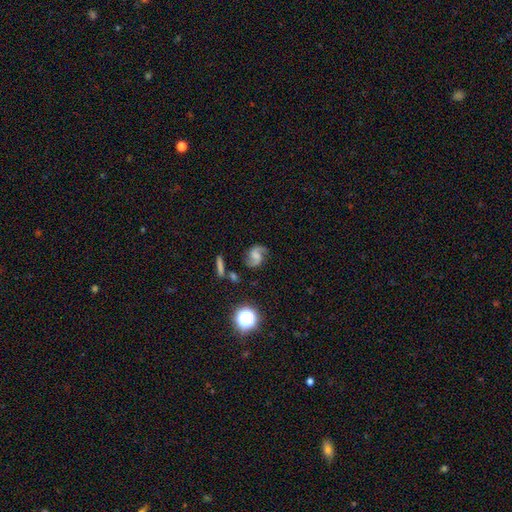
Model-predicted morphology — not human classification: type=featured or disk (81%); edge-on=no (98%); bar=no (45%); spiral arms=yes (97%); winding=loose (45%); arm count=2 (92%); bulge=none (40%); merging=none (76%).